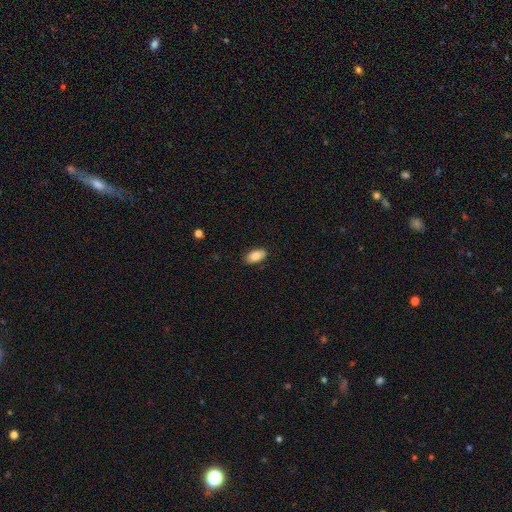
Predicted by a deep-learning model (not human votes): Smooth or featured?
  - smooth: 83% *
  - featured or disk: 10%
  - star or artifact: 7%
How rounded?
  - in between: 94% *
  - round: 4%
  - cigar-shaped: 3%
Merging?
  - none: 87% *
  - minor disturbance: 10%
  - major disturbance: 2%
  - merger: 1%